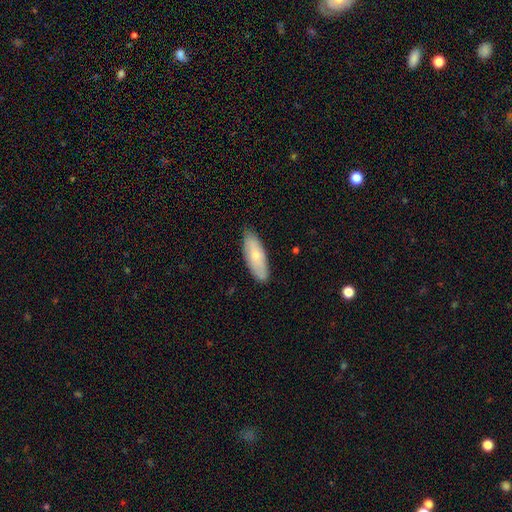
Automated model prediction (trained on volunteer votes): Q: Smooth or featured?
A: smooth (71%); runner-up: featured or disk (23%)
Q: How rounded?
A: in between (62%); runner-up: cigar-shaped (36%)
Q: Merging?
A: none (86%); runner-up: minor disturbance (11%)